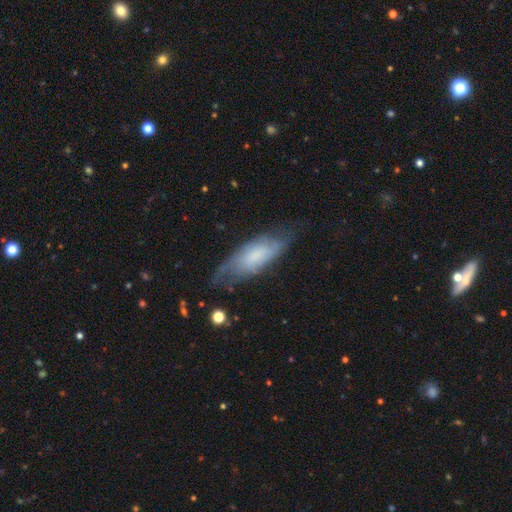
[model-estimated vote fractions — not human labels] Q: Smooth or featured?
A: featured or disk (48%); runner-up: smooth (45%)
Q: Merging?
A: none (59%); runner-up: minor disturbance (28%)